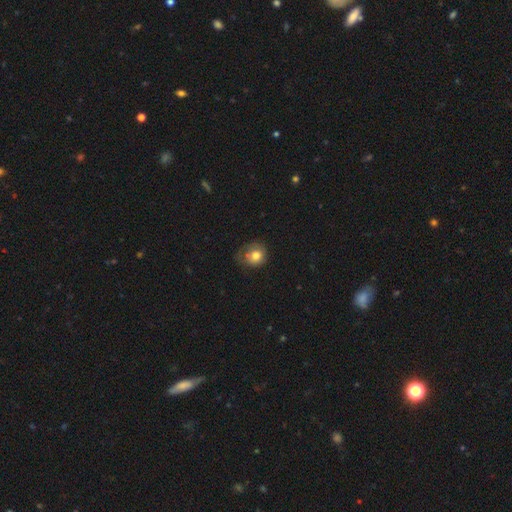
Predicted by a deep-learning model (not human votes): Morphology: type=smooth (74%); roundness=round (74%); merging=none (44%).